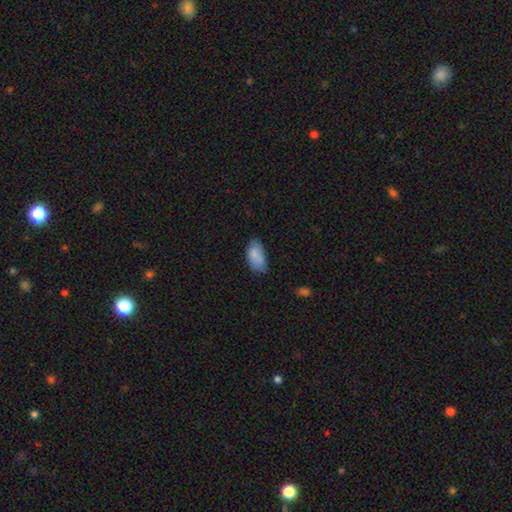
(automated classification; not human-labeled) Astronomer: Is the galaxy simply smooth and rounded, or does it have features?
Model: smooth — 84%.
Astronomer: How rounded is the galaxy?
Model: in between — 94%.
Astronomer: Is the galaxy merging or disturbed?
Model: none — 61%.